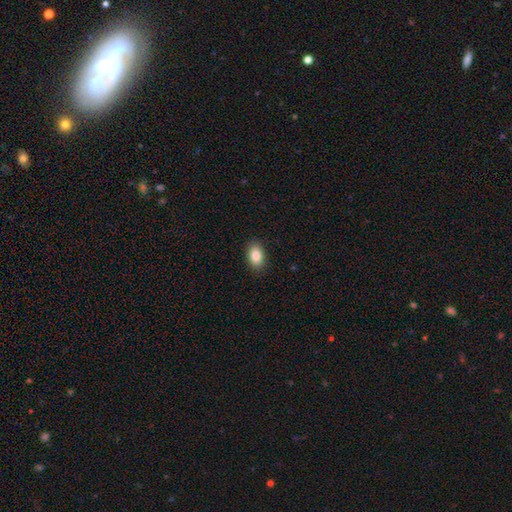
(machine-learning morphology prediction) smooth-or-featured: smooth: 86% | star or artifact: 8% | featured or disk: 6%
  how-rounded: in between: 89% | round: 9% | cigar-shaped: 1%
  merging: none: 89% | minor disturbance: 8% | major disturbance: 2% | merger: 1%